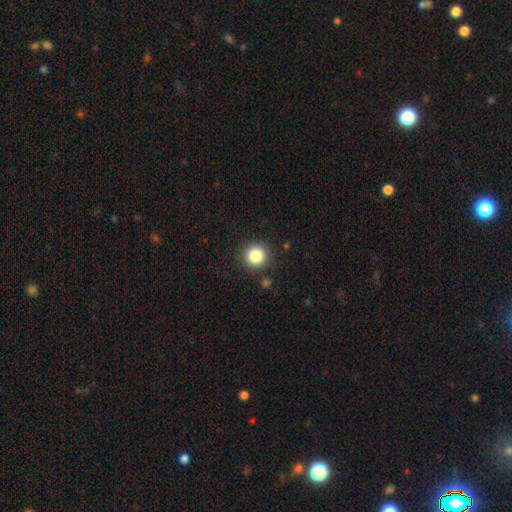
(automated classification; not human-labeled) This appears to be a smooth galaxy with no disk features (85%) that is round (94%). Merging: none (88%).